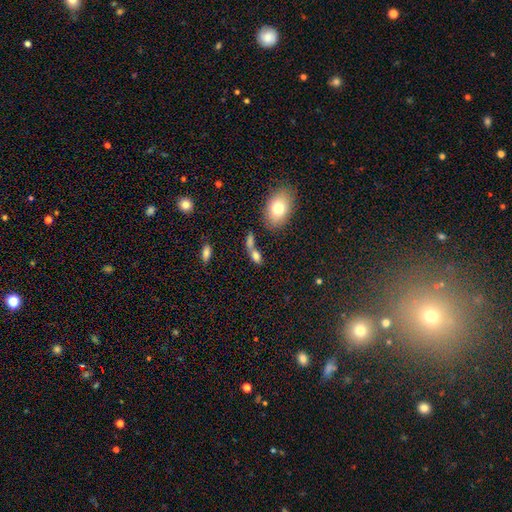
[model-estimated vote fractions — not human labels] Smooth or featured? Predicted: smooth (p=0.75). How rounded? Predicted: in between (p=0.75). Merging? Predicted: merger (p=0.44).